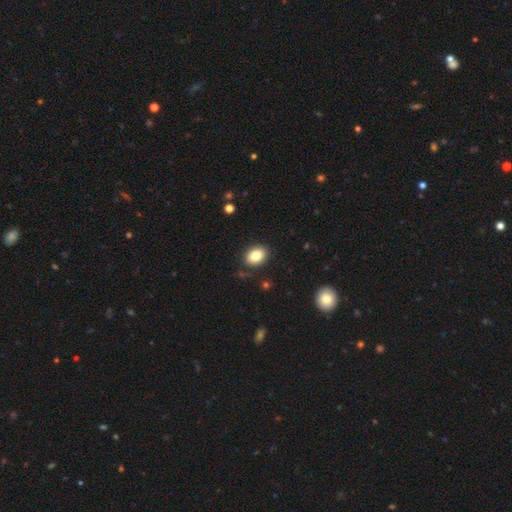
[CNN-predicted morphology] smooth_or_featured: smooth (p=0.83) [alt: star or artifact p=0.09]
how_rounded: in between (p=0.69) [alt: round p=0.30]
merging: none (p=0.85) [alt: minor disturbance p=0.10]